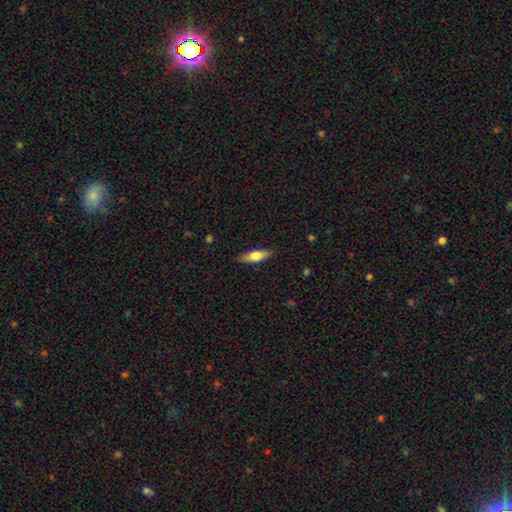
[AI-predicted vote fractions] This is likely a smooth galaxy (65%). How rounded: possibly in between (54%). Merging: clearly none (86%).